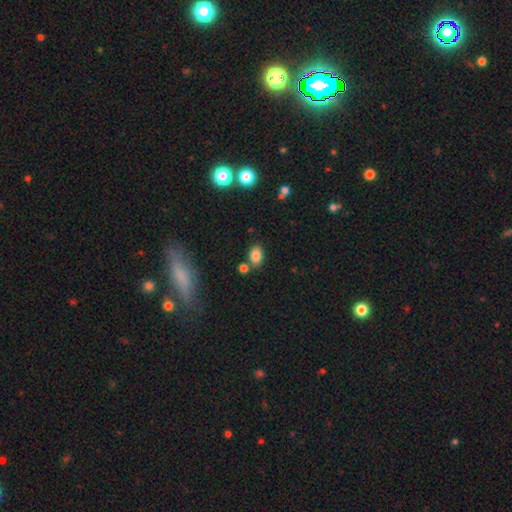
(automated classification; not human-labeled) This appears to be a smooth galaxy with no disk features (82%) that is in between round and cigar-shaped (81%). Merging: none (74%).